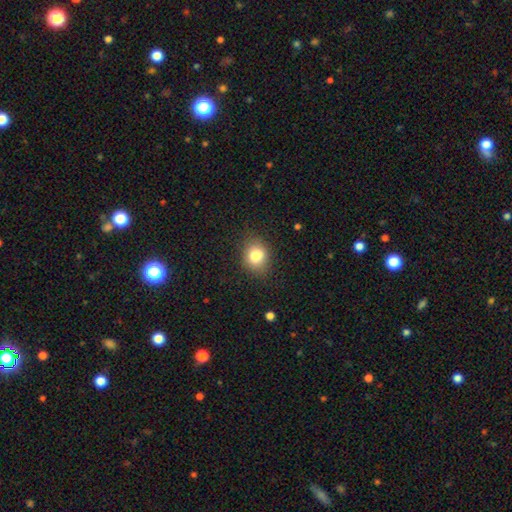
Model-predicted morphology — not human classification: smooth_or_featured: smooth (p=0.82) [alt: star or artifact p=0.10]
how_rounded: round (p=0.53) [alt: in between p=0.46]
merging: none (p=0.81) [alt: minor disturbance p=0.14]